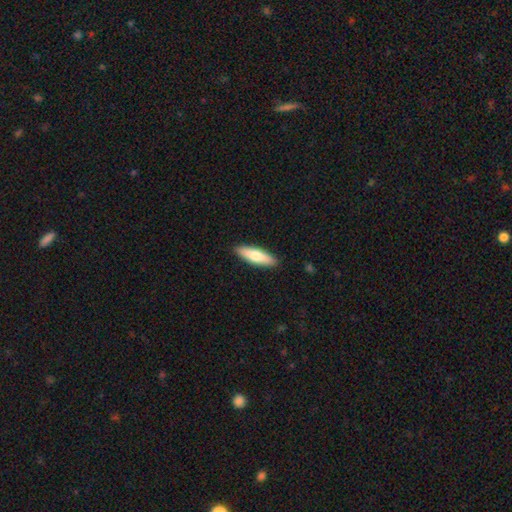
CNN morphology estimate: Smooth or featured?
  - smooth: 71% *
  - featured or disk: 24%
  - star or artifact: 5%
How rounded?
  - cigar-shaped: 58% *
  - in between: 40%
  - round: 2%
Merging?
  - none: 90% *
  - minor disturbance: 7%
  - major disturbance: 2%
  - merger: 1%